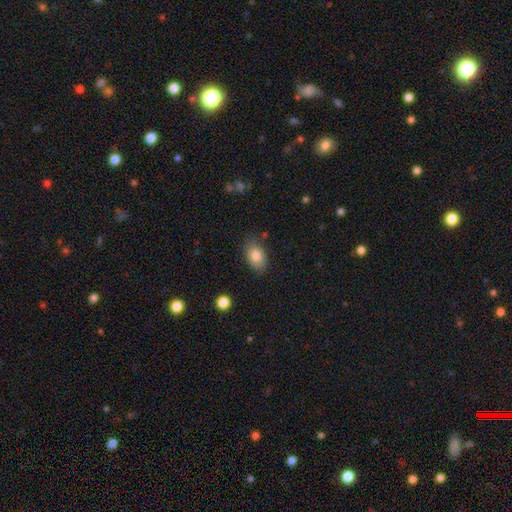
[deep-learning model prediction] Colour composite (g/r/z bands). It shows a smooth galaxy with no disk features (83%) that is in between round and cigar-shaped (86%). Merging: none (78%).